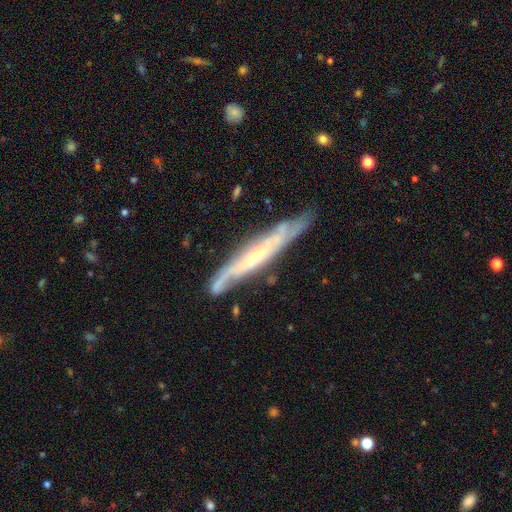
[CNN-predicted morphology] This is likely a featured or disk galaxy (76%). It is likely viewed edge-on (72%). Edge-on bulge: possibly rounded (50%). Merging: likely none (75%).